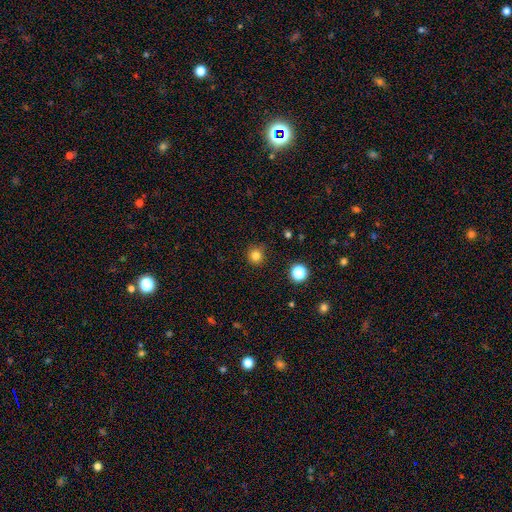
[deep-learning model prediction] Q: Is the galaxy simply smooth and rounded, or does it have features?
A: smooth — 81%.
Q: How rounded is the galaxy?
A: round — 94%.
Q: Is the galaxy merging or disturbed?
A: none — 88%.